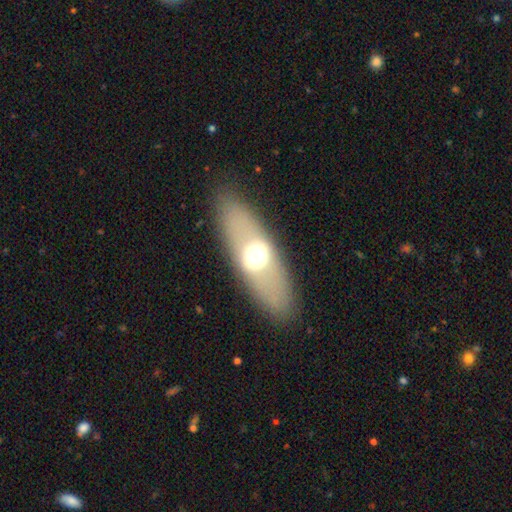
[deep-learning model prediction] Smooth or featured?
  - smooth: 46% *
  - featured or disk: 43%
  - star or artifact: 11%
Merging?
  - none: 85% *
  - minor disturbance: 9%
  - major disturbance: 5%
  - merger: 1%